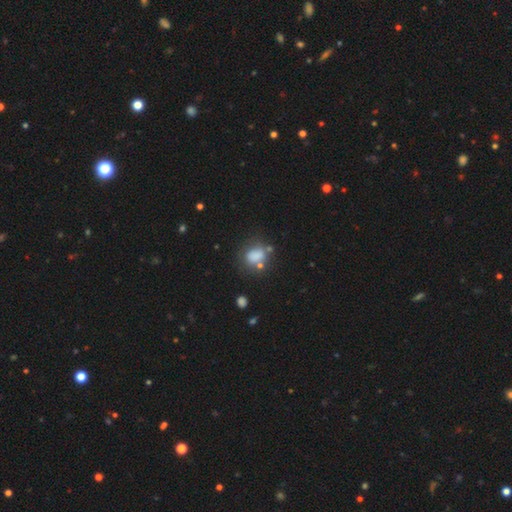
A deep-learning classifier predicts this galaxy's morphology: Smooth or featured? Predicted: smooth (p=0.75). How rounded? Predicted: in between (p=0.53). Merging? Predicted: none (p=0.49).